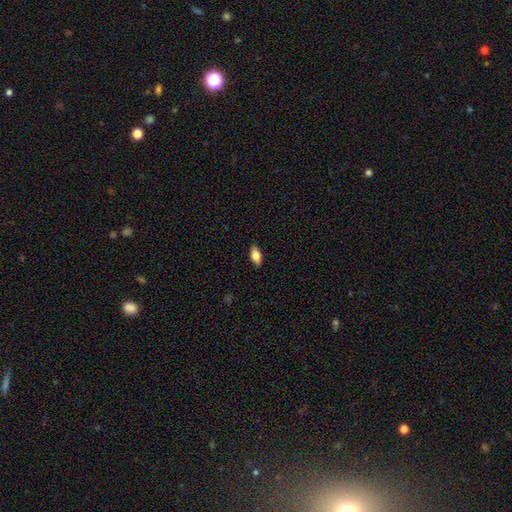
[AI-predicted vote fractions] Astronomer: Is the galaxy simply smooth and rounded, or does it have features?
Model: smooth — 81%.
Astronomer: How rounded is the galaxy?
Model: in between — 89%.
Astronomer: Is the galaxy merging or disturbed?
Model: none — 89%.